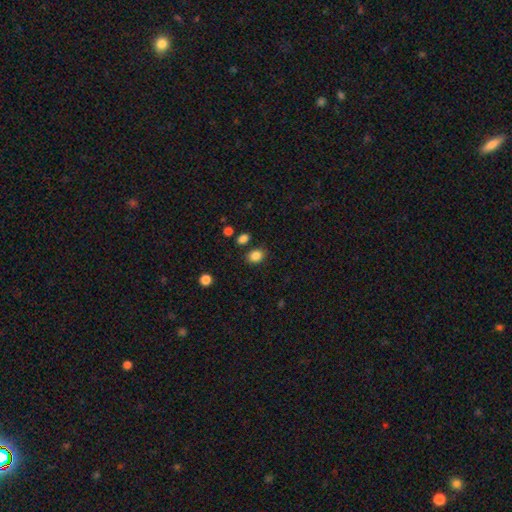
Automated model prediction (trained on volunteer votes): A smooth galaxy with no disk features (85%) that is in between round and cigar-shaped (60%).

Vote fractions:
- Smooth or featured? smooth: 85% / star or artifact: 10% / featured or disk: 4%
- How rounded? in between: 60% / round: 39% / cigar-shaped: 1%
- Merging? none: 79% / minor disturbance: 12% / merger: 5% / major disturbance: 4%